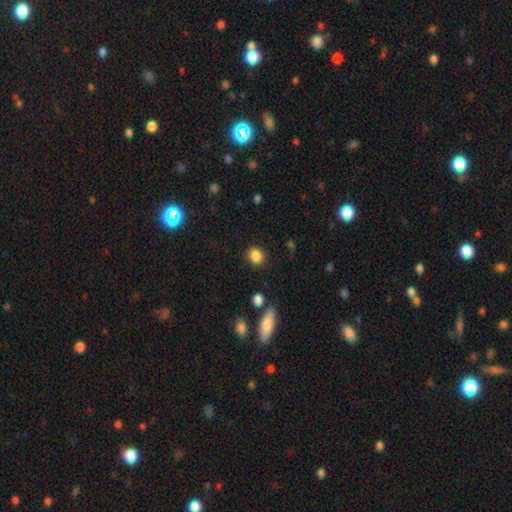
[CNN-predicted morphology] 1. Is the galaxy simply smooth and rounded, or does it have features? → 86% smooth, 10% star or artifact, 4% featured or disk.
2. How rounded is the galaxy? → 82% round, 16% in between, 1% cigar-shaped.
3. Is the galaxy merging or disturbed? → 89% none, 7% minor disturbance, 3% major disturbance, 2% merger.